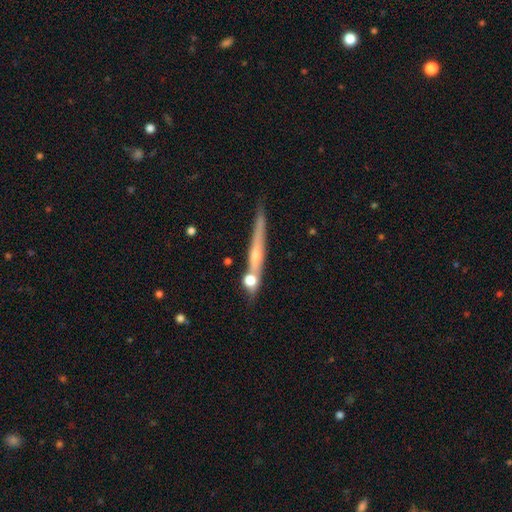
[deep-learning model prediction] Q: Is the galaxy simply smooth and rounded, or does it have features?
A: featured or disk — 59%.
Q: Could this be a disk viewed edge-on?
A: yes — 93%.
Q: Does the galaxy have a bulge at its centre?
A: rounded — 61%.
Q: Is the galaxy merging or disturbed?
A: none — 68%.